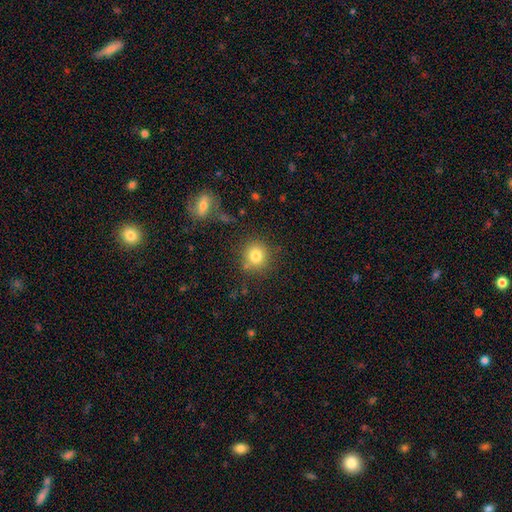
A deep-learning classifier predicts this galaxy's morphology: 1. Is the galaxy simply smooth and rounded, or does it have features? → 79% smooth, 12% star or artifact, 9% featured or disk.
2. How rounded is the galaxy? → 90% round, 9% in between, 1% cigar-shaped.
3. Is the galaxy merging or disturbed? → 79% none, 10% minor disturbance, 6% merger, 4% major disturbance.